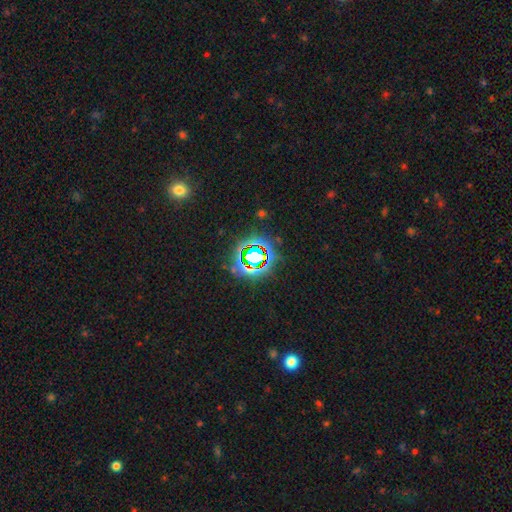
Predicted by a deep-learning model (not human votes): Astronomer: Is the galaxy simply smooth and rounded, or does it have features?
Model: star or artifact — 77%.